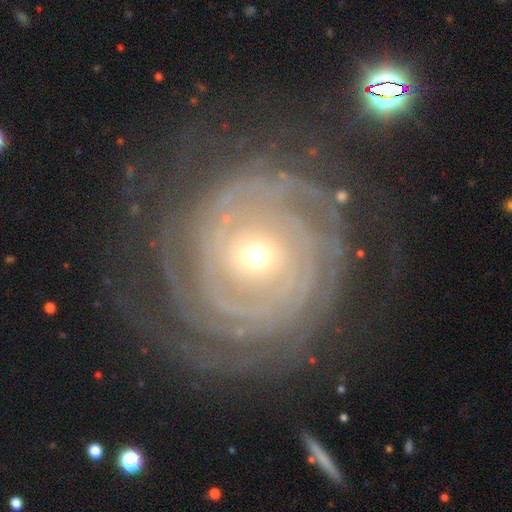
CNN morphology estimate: This is clearly a featured or disk galaxy (88%). It is clearly not viewed edge-on (97%). Bar: likely no (66%). Spiral arm pattern: clearly yes (95%). Spiral arm count: marginally can't tell (27%). Spiral winding: likely tight (76%). Central bulge: likely small (62%). Merging: likely none (72%).